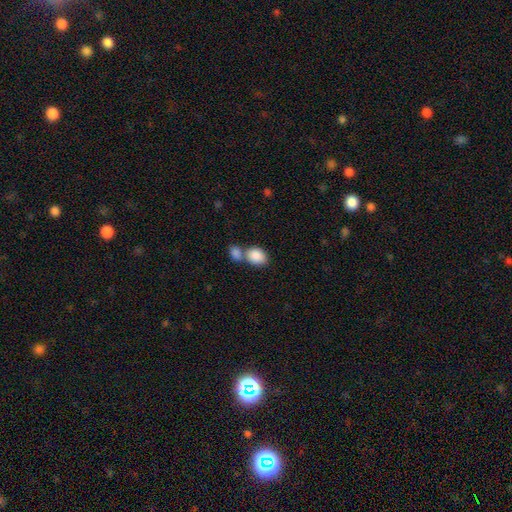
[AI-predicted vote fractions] Smooth or featured? Predicted: smooth (p=0.87). How rounded? Predicted: in between (p=0.67). Merging? Predicted: merger (p=0.51).